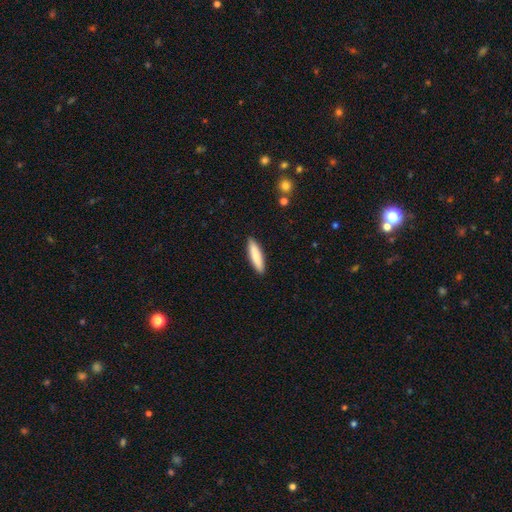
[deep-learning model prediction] Q: Smooth or featured?
A: smooth (84%); runner-up: featured or disk (10%)
Q: How rounded?
A: cigar-shaped (78%); runner-up: in between (21%)
Q: Merging?
A: none (90%); runner-up: minor disturbance (7%)